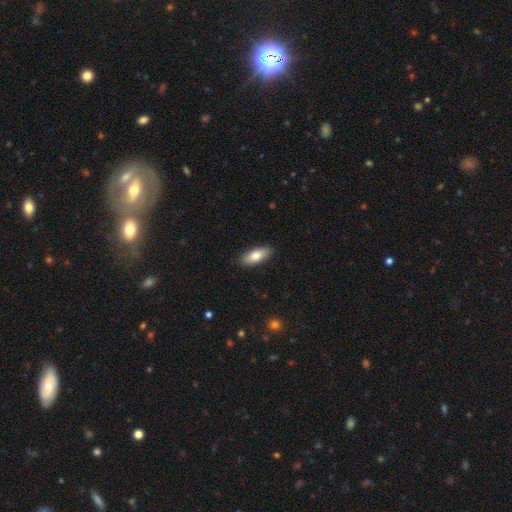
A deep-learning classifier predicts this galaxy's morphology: A smooth galaxy with no disk features (79%) that is in between round and cigar-shaped (80%). Merging: none (89%).